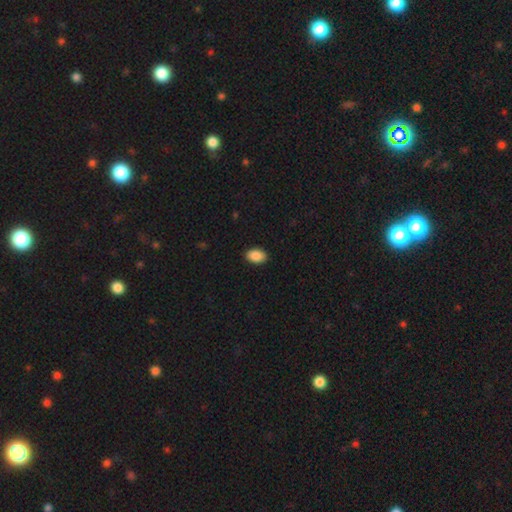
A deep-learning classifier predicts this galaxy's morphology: smooth-or-featured: smooth: 90% | star or artifact: 7% | featured or disk: 3%
  how-rounded: in between: 88% | round: 11% | cigar-shaped: 1%
  merging: none: 90% | minor disturbance: 7% | major disturbance: 2% | merger: 1%